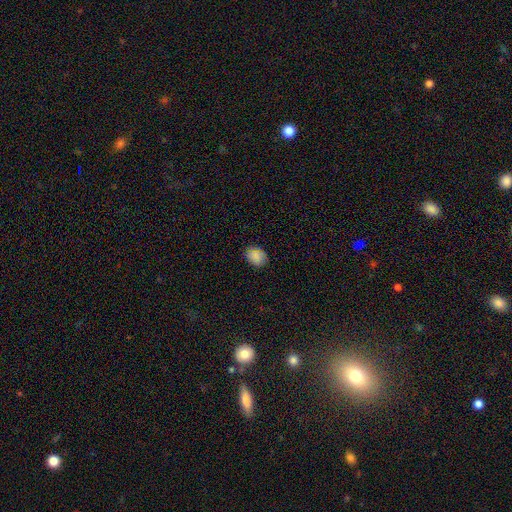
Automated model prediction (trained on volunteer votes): smooth 86%, star or artifact 9%, featured or disk 5%. Down the decision tree: how rounded — in between (58%); merging — none (85%).